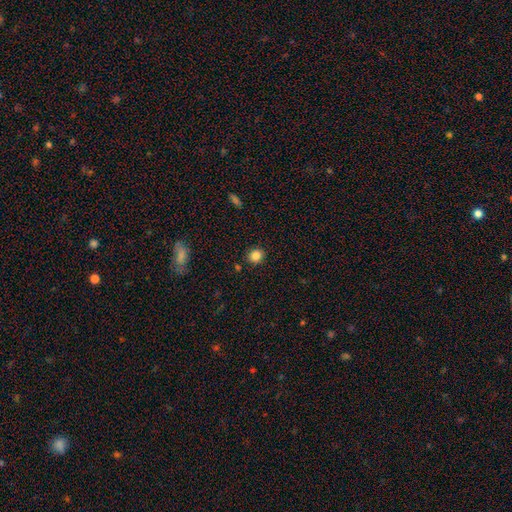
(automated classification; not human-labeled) This is clearly a smooth galaxy (83%). How rounded: likely round (80%). Merging: clearly none (88%).